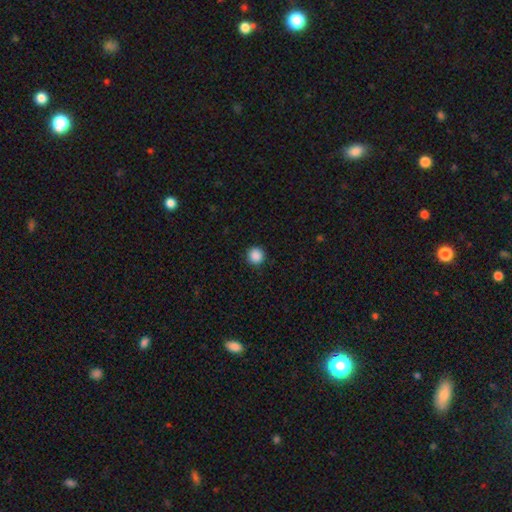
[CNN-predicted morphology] A smooth galaxy with no disk features (88%) that is round (96%).

Vote fractions:
- Smooth or featured? smooth: 88% / star or artifact: 9% / featured or disk: 2%
- How rounded? round: 96% / in between: 3% / cigar-shaped: 1%
- Merging? none: 92% / minor disturbance: 5% / major disturbance: 2% / merger: 1%